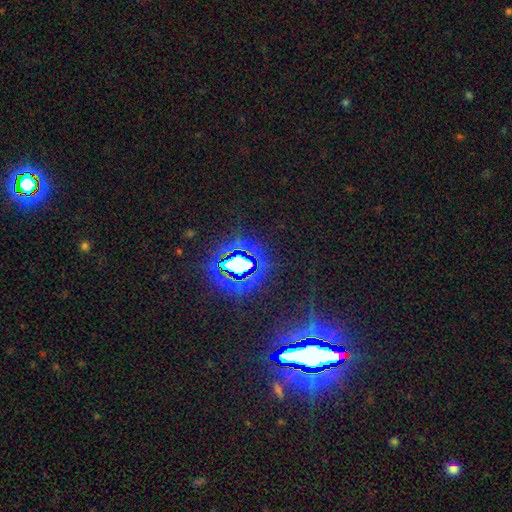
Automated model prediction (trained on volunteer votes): Q: Smooth or featured?
A: star or artifact (84%); runner-up: smooth (9%)